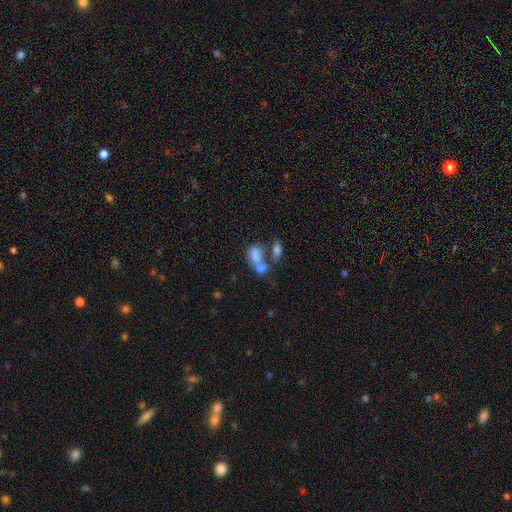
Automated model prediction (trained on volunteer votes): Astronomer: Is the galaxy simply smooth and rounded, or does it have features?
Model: smooth — 73%.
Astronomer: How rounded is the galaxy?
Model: in between — 83%.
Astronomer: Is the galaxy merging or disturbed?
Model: merger — 59%.